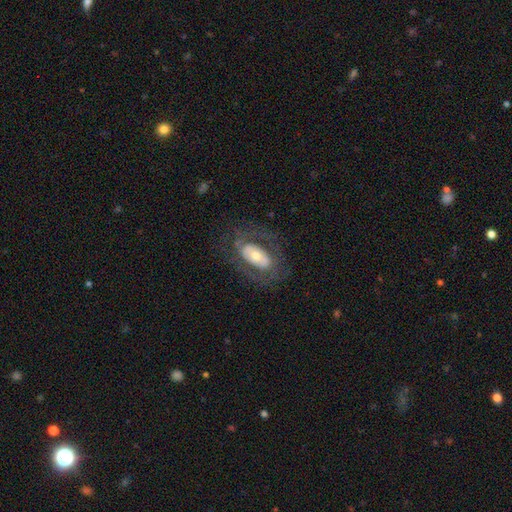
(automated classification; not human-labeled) smooth_or_featured: featured or disk (p=0.57) [alt: smooth p=0.35]
disk_edge_on: no (p=0.90) [alt: yes p=0.10]
bar: no (p=0.61) [alt: weak p=0.22]
has_spiral_arms: no (p=0.55) [alt: yes p=0.45]
bulge_size: moderate (p=0.50) [alt: small p=0.34]
merging: none (p=0.69) [alt: minor disturbance p=0.16]